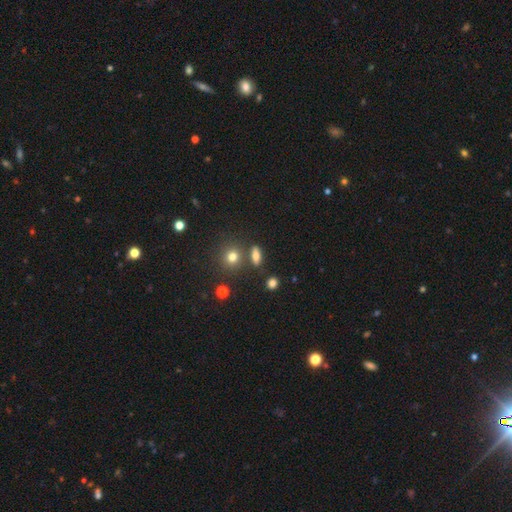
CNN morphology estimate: A smooth galaxy with no disk features (71%) that is in between round and cigar-shaped (52%). Merging: none (79%).